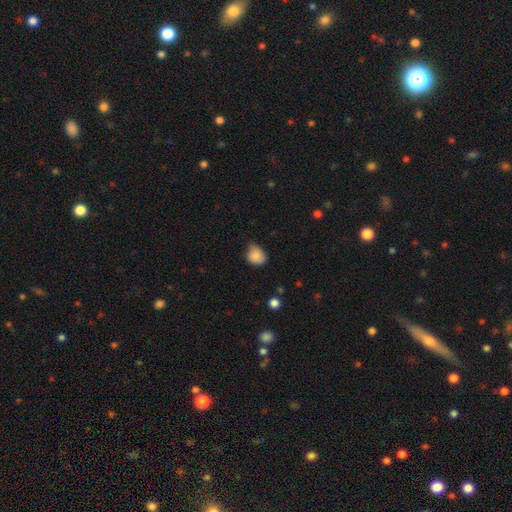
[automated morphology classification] smooth_or_featured: smooth (p=0.86) [alt: star or artifact p=0.09]
how_rounded: round (p=0.52) [alt: in between p=0.47]
merging: none (p=0.51) [alt: minor disturbance p=0.40]